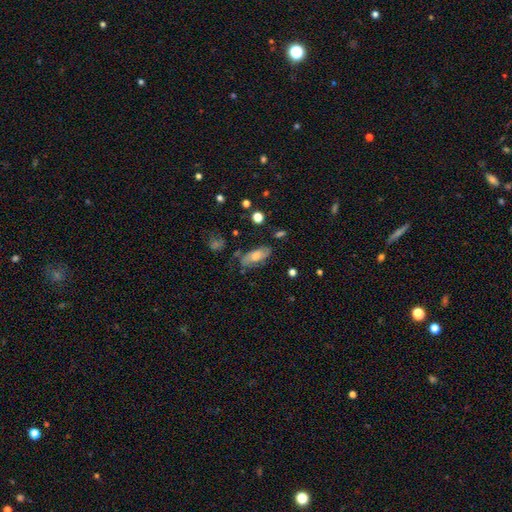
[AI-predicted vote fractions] smooth_or_featured: featured or disk (p=0.44) [tied with: smooth p=0.44]
merging: none (p=0.66) [alt: minor disturbance p=0.22]